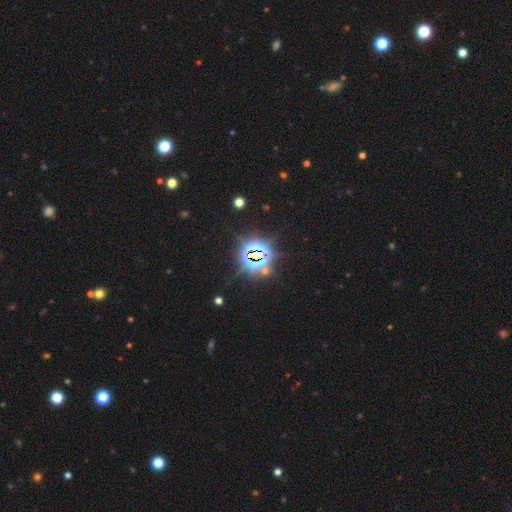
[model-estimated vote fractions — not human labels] Overall: star or artifact (84%).